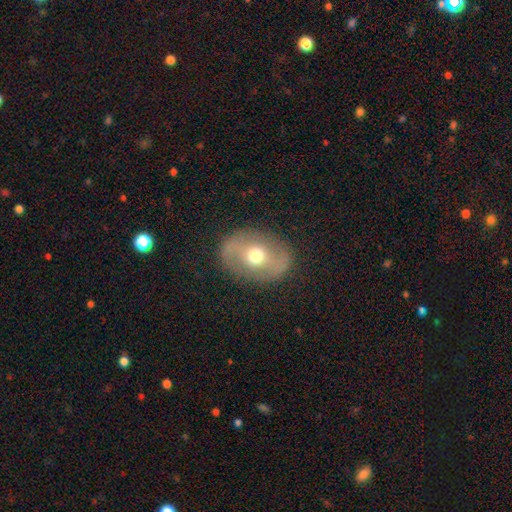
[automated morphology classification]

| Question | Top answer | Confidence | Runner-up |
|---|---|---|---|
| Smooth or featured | featured or disk | 60% | smooth (33%) |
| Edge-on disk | no | 94% | yes (6%) |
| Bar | no | 46% | weak (34%) |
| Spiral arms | yes | 52% | no (48%) |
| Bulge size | moderate | 75% | large (12%) |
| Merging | none | 84% | minor disturbance (10%) |